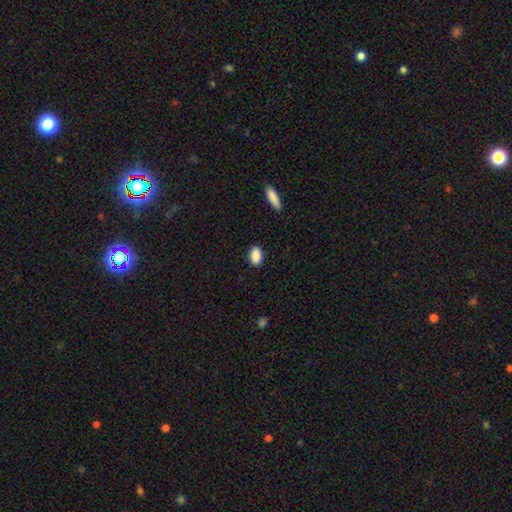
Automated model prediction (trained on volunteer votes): This is clearly a smooth galaxy (89%). How rounded: clearly in between (88%). Merging: clearly none (88%).